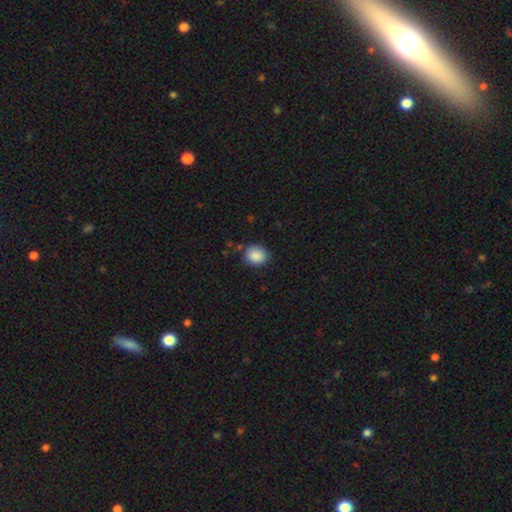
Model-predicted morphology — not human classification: Q: Smooth or featured?
A: smooth (88%); runner-up: star or artifact (8%)
Q: How rounded?
A: round (66%); runner-up: in between (33%)
Q: Merging?
A: none (83%); runner-up: minor disturbance (12%)